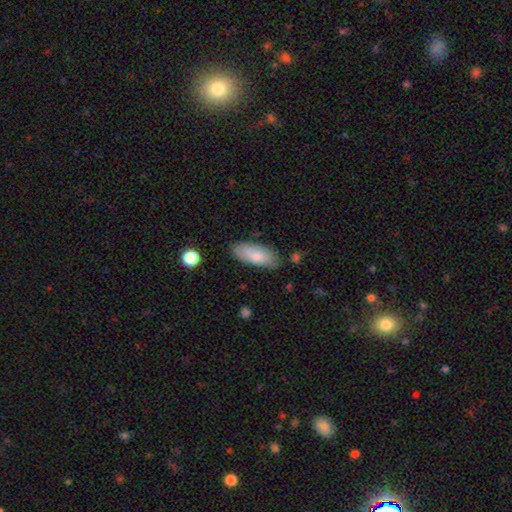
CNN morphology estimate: Smooth or featured: smooth — 80% (featured or disk — 15%)
How rounded: in between — 80% (cigar-shaped — 18%)
Merging: none — 79% (minor disturbance — 16%)